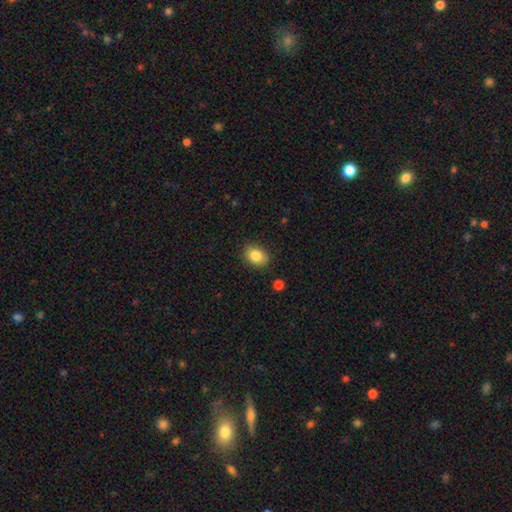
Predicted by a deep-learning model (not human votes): A smooth galaxy with no disk features (84%) that is in between round and cigar-shaped (67%). Merging: none (85%).